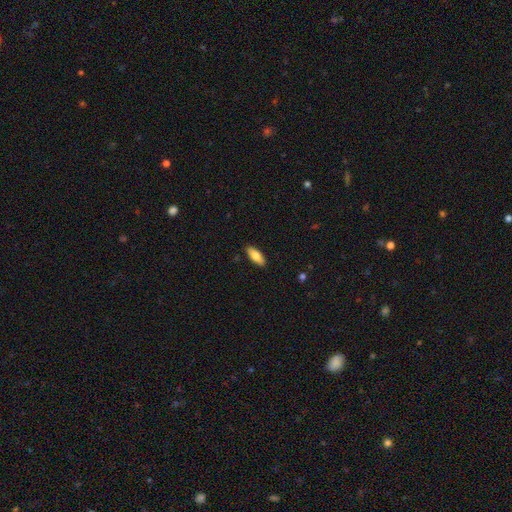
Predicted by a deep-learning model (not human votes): Smooth or featured? Predicted: smooth (p=0.77). How rounded? Predicted: in between (p=0.75). Merging? Predicted: none (p=0.89).